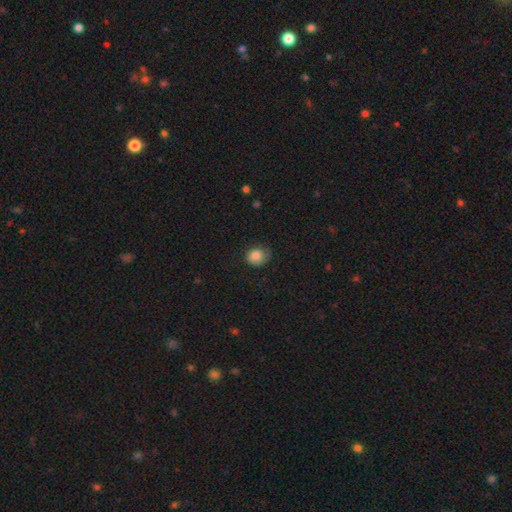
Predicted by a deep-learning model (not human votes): Overall: smooth (81%). How rounded: round (66%; in between 33%). Merging: none (53%; minor disturbance 32%).